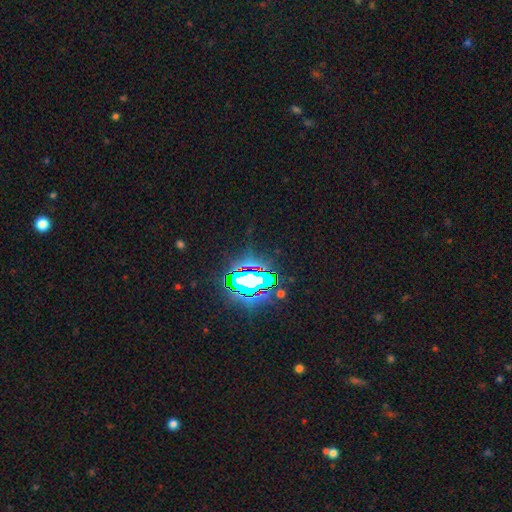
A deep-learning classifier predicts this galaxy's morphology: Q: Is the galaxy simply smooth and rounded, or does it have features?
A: star or artifact — 85%.